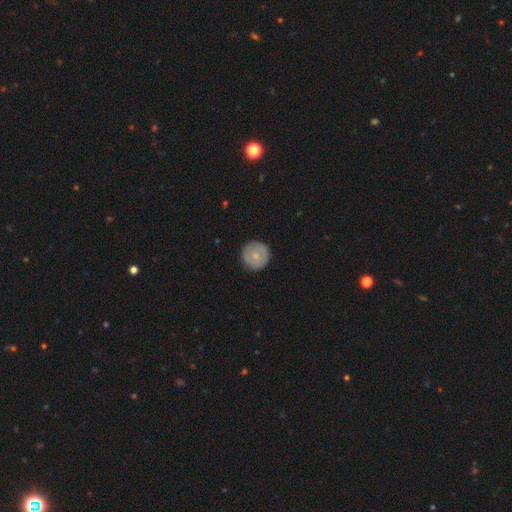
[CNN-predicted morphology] This is likely a smooth galaxy (61%). How rounded: clearly round (95%). Merging: clearly none (89%).